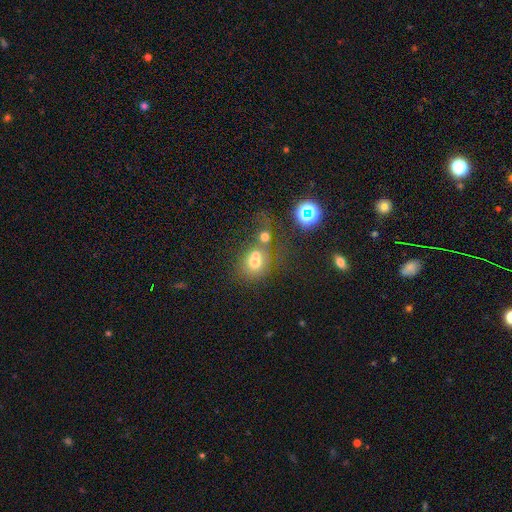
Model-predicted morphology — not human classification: Overall: smooth (64%). How rounded: round (67%; in between 31%). Merging: merger (52%; none 29%).